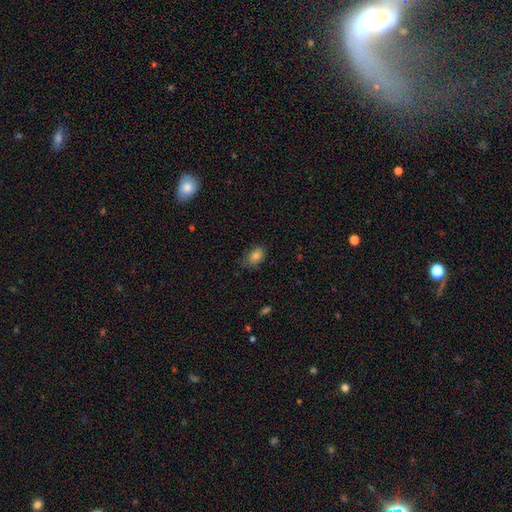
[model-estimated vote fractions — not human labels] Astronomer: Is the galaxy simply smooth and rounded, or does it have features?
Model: smooth — 80%.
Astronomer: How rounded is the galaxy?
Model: in between — 81%.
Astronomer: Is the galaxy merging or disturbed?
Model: none — 67%.